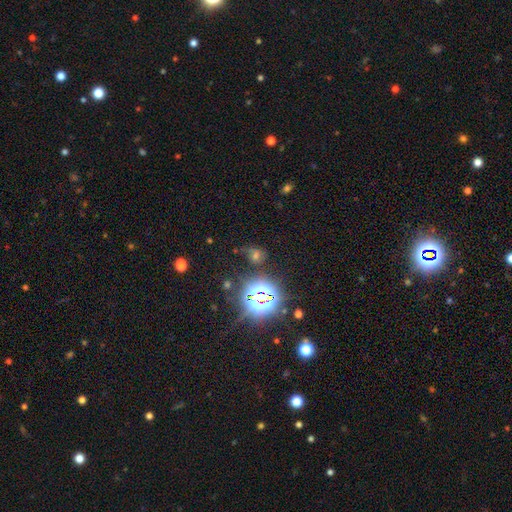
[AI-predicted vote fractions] smooth_or_featured: star or artifact (p=0.58) [alt: smooth p=0.30]